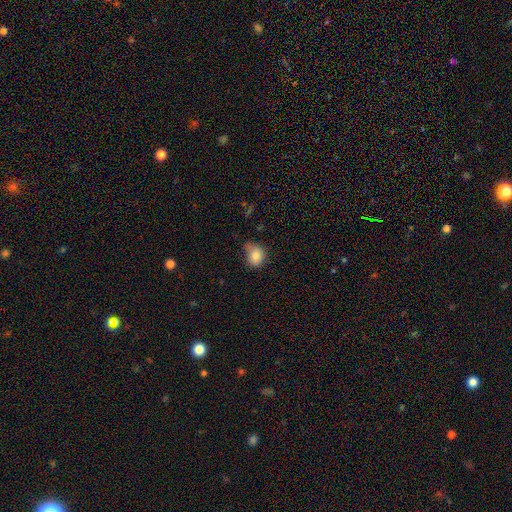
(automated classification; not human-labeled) Smooth or featured?
  - smooth: 82% *
  - star or artifact: 10%
  - featured or disk: 8%
How rounded?
  - round: 65% *
  - in between: 34%
  - cigar-shaped: 1%
Merging?
  - none: 49% *
  - minor disturbance: 37%
  - major disturbance: 10%
  - merger: 4%